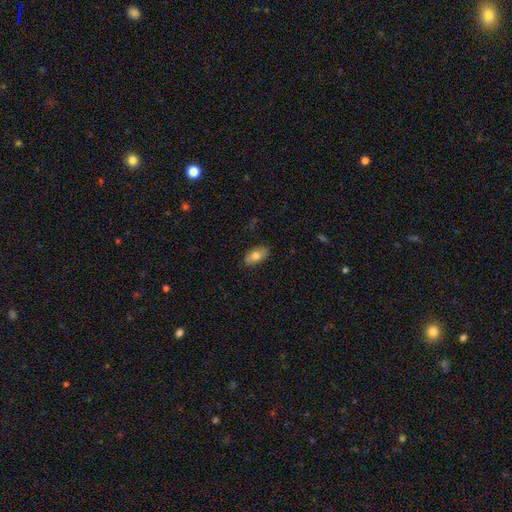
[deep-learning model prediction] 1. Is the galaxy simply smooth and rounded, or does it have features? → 69% smooth, 24% featured or disk, 7% star or artifact.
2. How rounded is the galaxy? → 92% in between, 5% round, 3% cigar-shaped.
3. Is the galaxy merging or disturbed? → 84% none, 13% minor disturbance, 2% major disturbance, 1% merger.